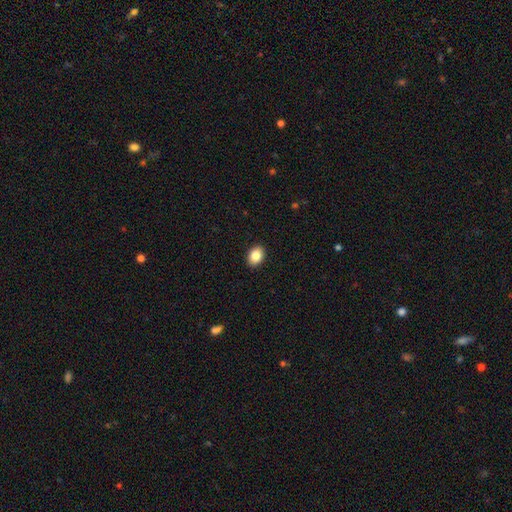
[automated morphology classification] Smooth or featured? smooth (85%)
How rounded? in between (71%)
Merging? none (91%)